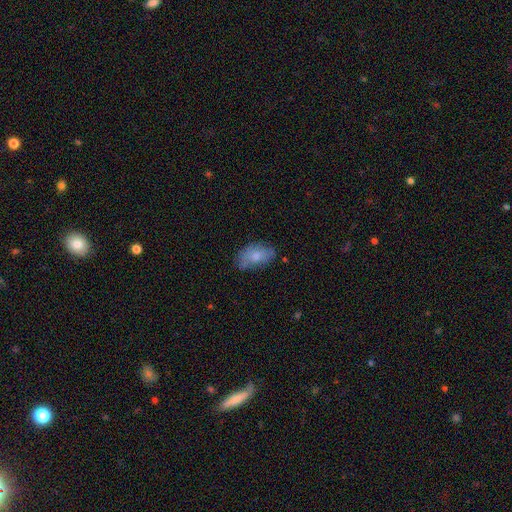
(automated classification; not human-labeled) The model was most divided on "merging": none: 63%, minor disturbance: 27%, major disturbance: 8%, merger: 2%. More confident: how rounded — in between (92%); smooth or featured — smooth (73%).